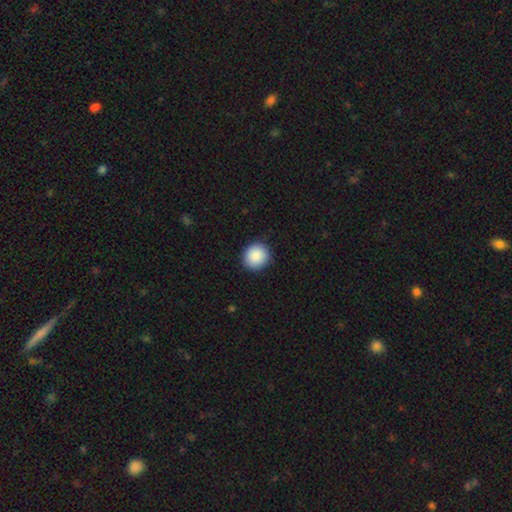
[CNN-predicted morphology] smooth_or_featured: smooth (p=0.89) [alt: star or artifact p=0.07]
how_rounded: round (p=0.90) [alt: in between p=0.09]
merging: none (p=0.90) [alt: minor disturbance p=0.07]